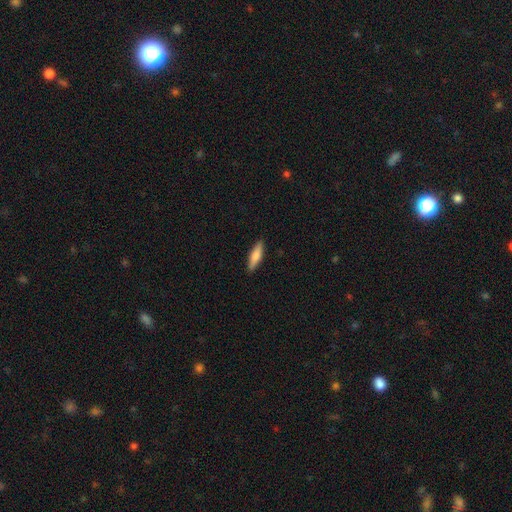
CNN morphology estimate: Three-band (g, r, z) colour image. It shows a smooth galaxy with no disk features (74%) that is cigar-shaped (68%). Merging: none (90%).